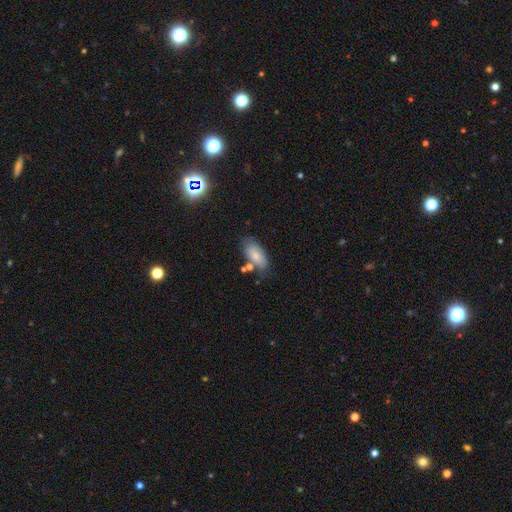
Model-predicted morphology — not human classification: Overall: smooth (78%). How rounded: in between (89%). Merging: none (65%).